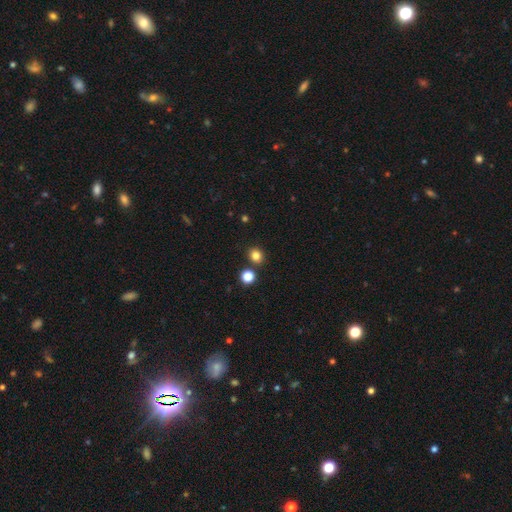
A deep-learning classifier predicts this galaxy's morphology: smooth 82%, star or artifact 14%, featured or disk 5%. Down the decision tree: how rounded — round (75%); merging — none (81%).